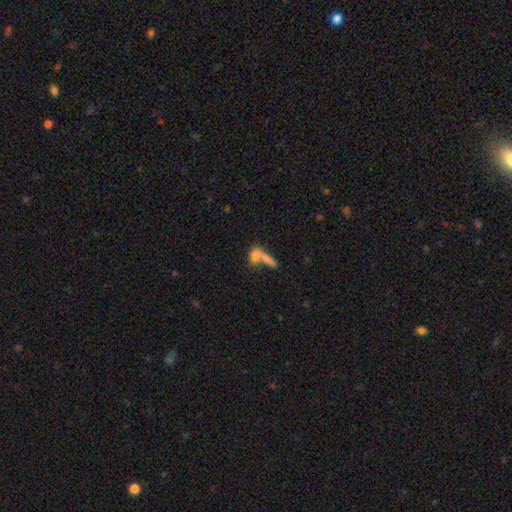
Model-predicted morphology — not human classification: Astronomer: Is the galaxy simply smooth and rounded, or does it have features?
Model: smooth — 71%.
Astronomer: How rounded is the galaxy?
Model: in between — 54% (runner-up: cigar-shaped, 37%).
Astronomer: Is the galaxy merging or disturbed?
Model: merger — 56%.